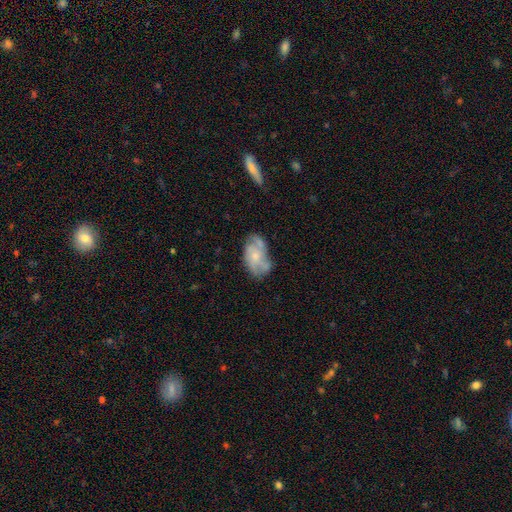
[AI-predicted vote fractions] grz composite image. It shows a featured or disk galaxy (60%) with no bar (80%), spiral arms (67%) and a small central bulge (51%). Merging: none (53%).